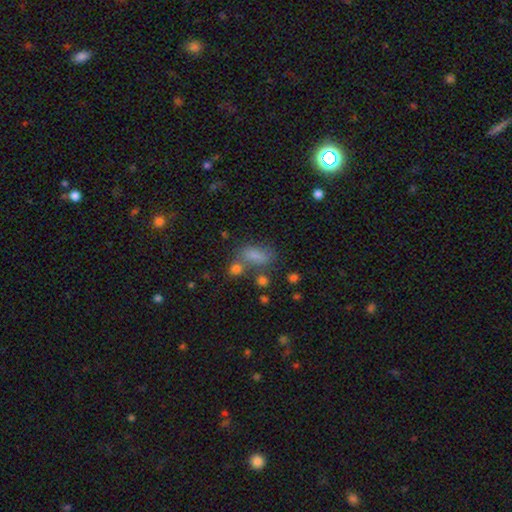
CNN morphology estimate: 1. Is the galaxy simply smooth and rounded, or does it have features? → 75% smooth, 14% star or artifact, 10% featured or disk.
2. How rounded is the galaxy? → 83% in between, 9% round, 8% cigar-shaped.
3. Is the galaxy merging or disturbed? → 48% none, 24% merger, 18% minor disturbance, 10% major disturbance.